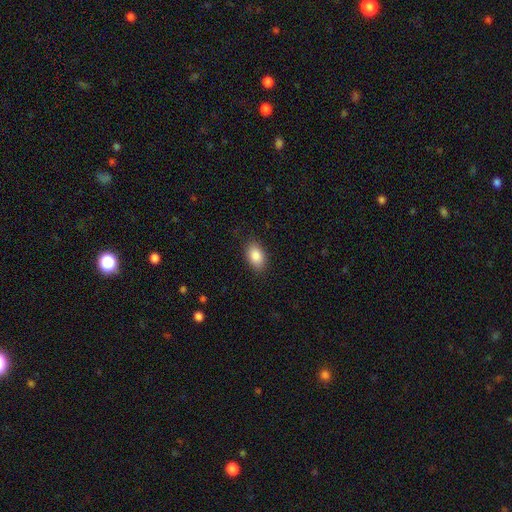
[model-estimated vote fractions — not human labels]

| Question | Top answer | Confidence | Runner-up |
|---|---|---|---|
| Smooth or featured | smooth | 87% | star or artifact (7%) |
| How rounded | in between | 90% | round (8%) |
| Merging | none | 86% | minor disturbance (10%) |